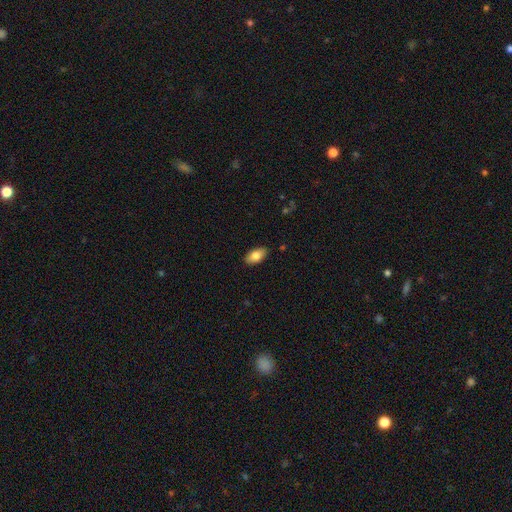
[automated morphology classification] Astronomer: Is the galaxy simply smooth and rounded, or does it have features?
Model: smooth — 82%.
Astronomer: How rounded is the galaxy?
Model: in between — 93%.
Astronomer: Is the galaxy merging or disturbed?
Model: none — 88%.